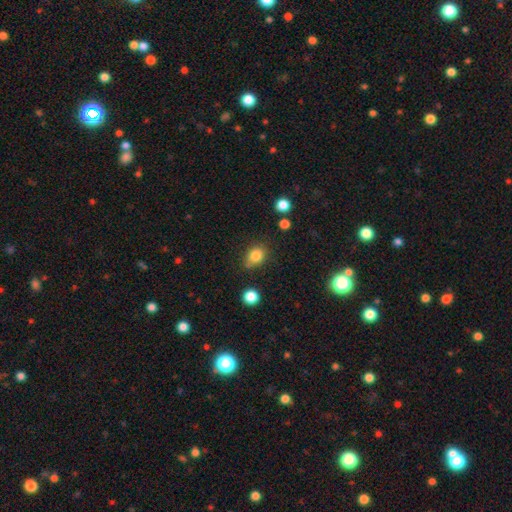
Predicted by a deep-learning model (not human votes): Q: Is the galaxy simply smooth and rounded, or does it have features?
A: smooth — 82%.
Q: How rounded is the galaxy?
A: in between — 53%.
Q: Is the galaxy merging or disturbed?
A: none — 67%.